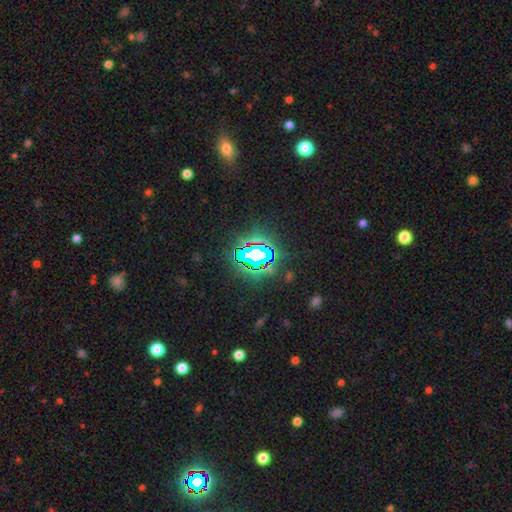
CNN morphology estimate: Q: Smooth or featured?
A: star or artifact (74%); runner-up: smooth (14%)